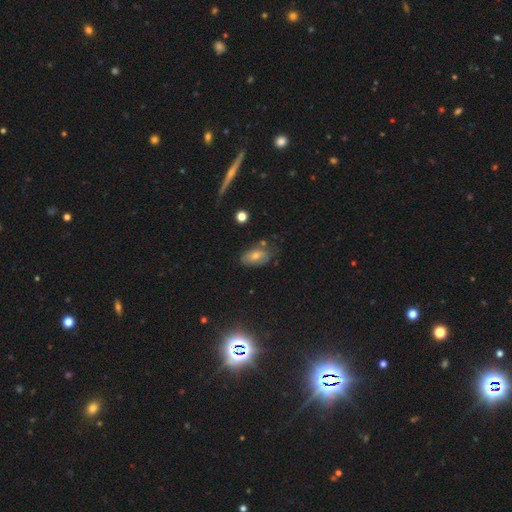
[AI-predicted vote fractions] A smooth galaxy with no disk features (66%) that is in between round and cigar-shaped (90%). Merging: none (57%).